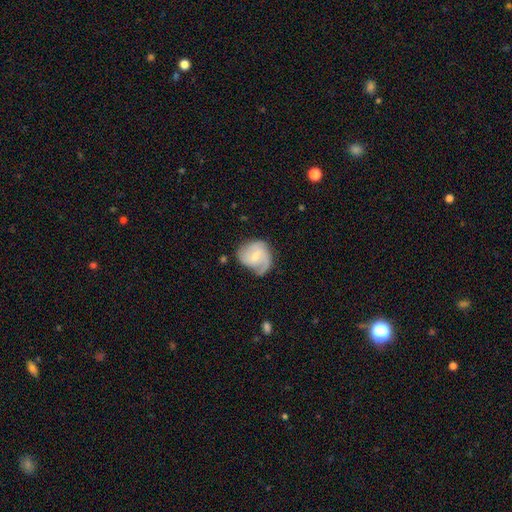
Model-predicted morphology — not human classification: This is likely a featured or disk galaxy (66%). It is clearly not viewed edge-on (98%). Bar: possibly no (49%). Spiral arm pattern: clearly yes (89%). Spiral arm count: marginally 2 (38%). Spiral winding: marginally medium (43%). Central bulge: possibly small (55%). Merging: possibly none (48%).